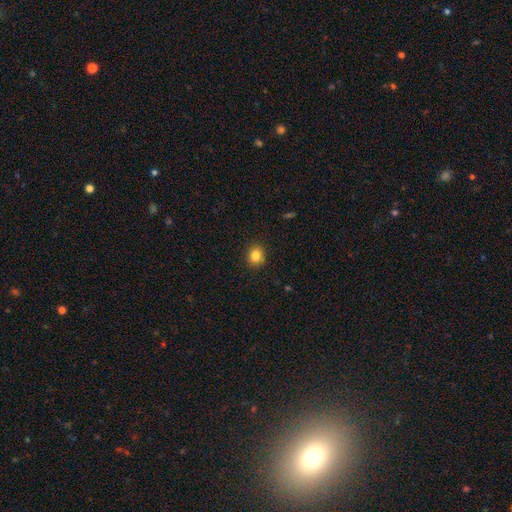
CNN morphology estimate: Smooth or featured: smooth — 83% (star or artifact — 11%)
How rounded: round — 83% (in between — 16%)
Merging: none — 91% (minor disturbance — 6%)